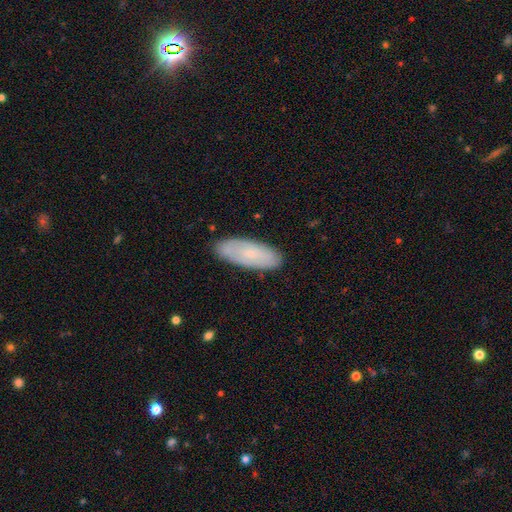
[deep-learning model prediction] Q: Smooth or featured?
A: smooth (59%); runner-up: featured or disk (35%)
Q: How rounded?
A: in between (81%); runner-up: cigar-shaped (17%)
Q: Merging?
A: none (82%); runner-up: minor disturbance (14%)